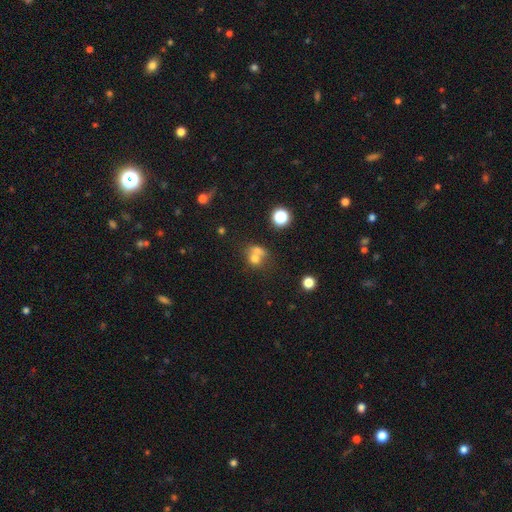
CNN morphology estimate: This is likely a smooth galaxy (66%). How rounded: likely round (69%). Merging: possibly merger (60%).